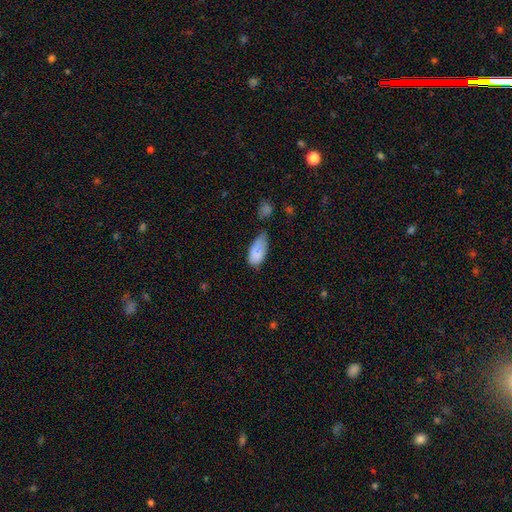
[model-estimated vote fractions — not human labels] Smooth or featured?
  - smooth: 83% *
  - featured or disk: 9%
  - star or artifact: 8%
How rounded?
  - in between: 92% *
  - cigar-shaped: 4%
  - round: 3%
Merging?
  - minor disturbance: 46% *
  - none: 29%
  - major disturbance: 17%
  - merger: 8%